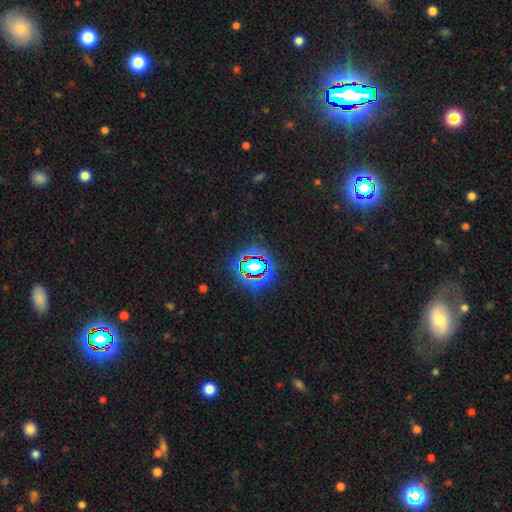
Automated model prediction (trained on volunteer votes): smooth_or_featured: star or artifact (p=0.79) [alt: smooth p=0.13]